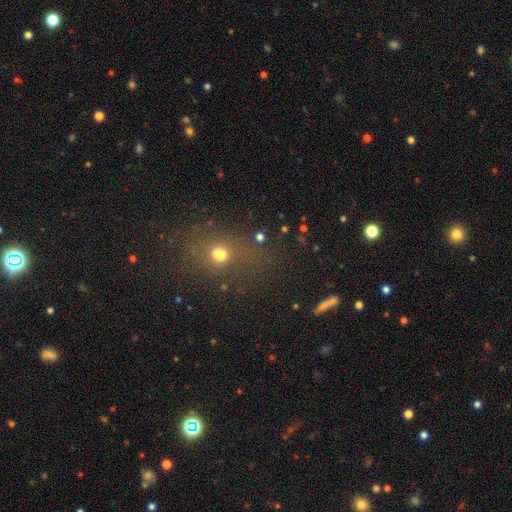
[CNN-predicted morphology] Smooth or featured: smooth — 52% (star or artifact — 35%)
How rounded: round — 60% (in between — 37%)
Merging: none — 79% (minor disturbance — 12%)